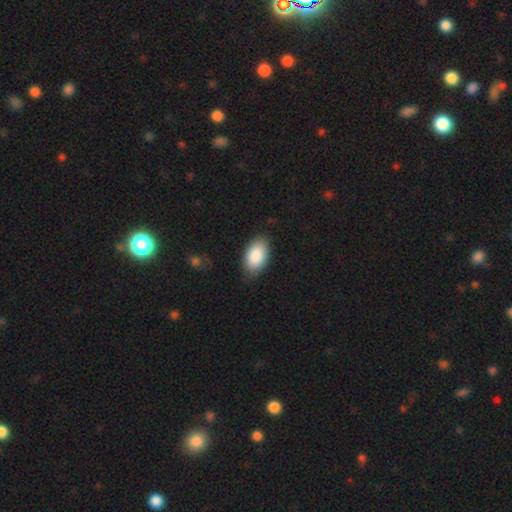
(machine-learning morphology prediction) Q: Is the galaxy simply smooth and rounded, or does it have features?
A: smooth — 88%.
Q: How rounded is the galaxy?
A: in between — 94%.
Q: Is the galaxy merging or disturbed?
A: none — 80%.